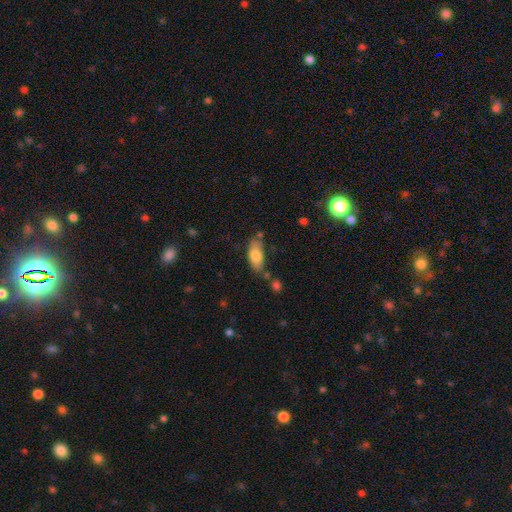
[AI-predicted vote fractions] Smooth or featured? smooth (77%)
How rounded? in between (83%)
Merging? none (67%)